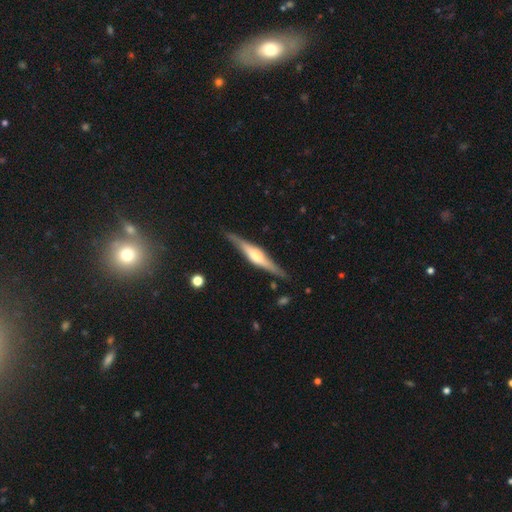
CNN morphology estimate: A featured or disk galaxy (74%) viewed edge-on (97%) with a rounded central bulge (78%).

Vote fractions:
- Smooth or featured? featured or disk: 74% / smooth: 21% / star or artifact: 5%
- Edge-on disk? yes: 97% / no: 3%
- Edge-on bulge? rounded: 78% / boxy: 18% / none: 5%
- Merging? none: 87% / minor disturbance: 10% / major disturbance: 2% / merger: 2%